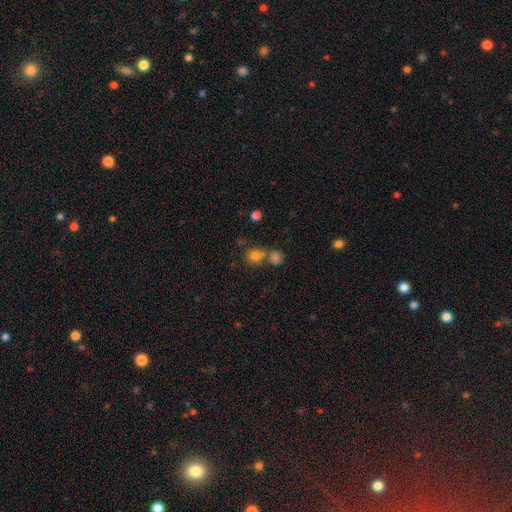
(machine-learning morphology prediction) A smooth galaxy with no disk features (78%) that is round (82%).

Vote fractions:
- Smooth or featured? smooth: 78% / star or artifact: 13% / featured or disk: 8%
- How rounded? round: 82% / in between: 17% / cigar-shaped: 1%
- Merging? none: 53% / merger: 35% / minor disturbance: 9% / major disturbance: 4%